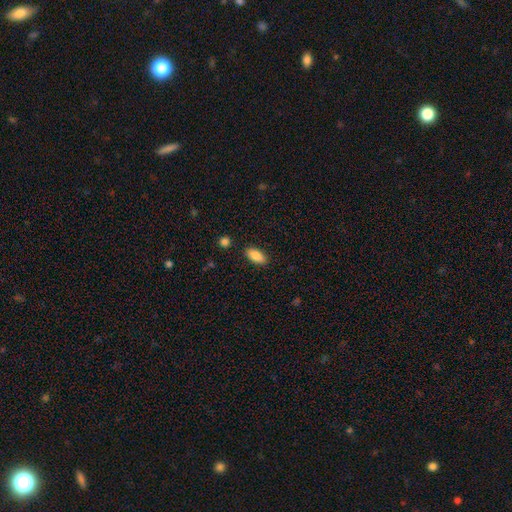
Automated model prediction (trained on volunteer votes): The model was most divided on "merging": none: 87%, minor disturbance: 9%, major disturbance: 2%, merger: 2%. More confident: how rounded — in between (88%); smooth or featured — smooth (88%).